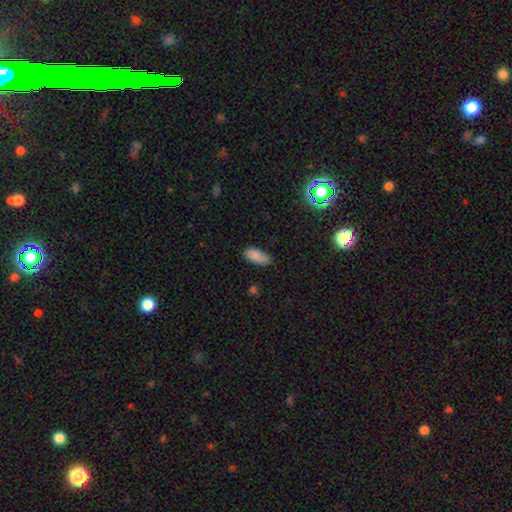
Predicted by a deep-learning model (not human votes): Smooth or featured? smooth (85%)
How rounded? in between (87%)
Merging? none (62%)